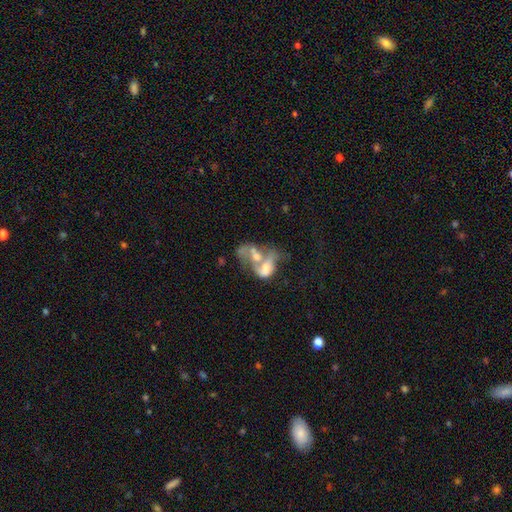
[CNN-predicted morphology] smooth-or-featured: featured or disk: 52% | smooth: 37% | star or artifact: 11%
  disk-edge-on: no: 96% | yes: 4%
    bar: no: 77% | weak: 17% | strong: 6%
    has-spiral-arms: no: 72% | yes: 28%
    bulge-size: moderate: 44% | large: 21% | none: 18% | small: 15% | dominant: 3%
  merging: merger: 73% | major disturbance: 15% | none: 8% | minor disturbance: 5%